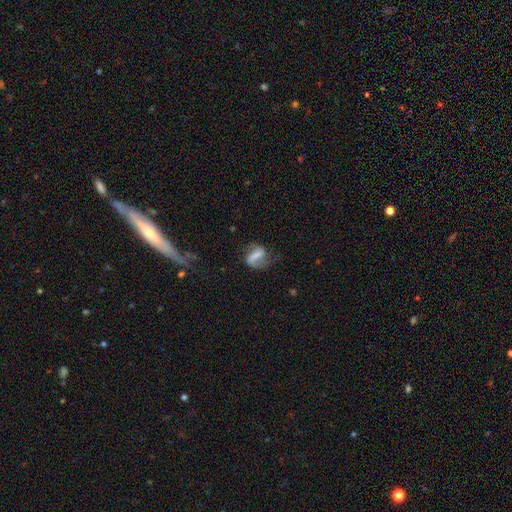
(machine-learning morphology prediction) Q: Smooth or featured?
A: featured or disk (71%); runner-up: smooth (21%)
Q: Edge-on disk?
A: no (96%); runner-up: yes (4%)
Q: Bar?
A: strong (57%); runner-up: weak (31%)
Q: Spiral arms?
A: yes (90%); runner-up: no (10%)
Q: Spiral winding?
A: loose (47%); runner-up: medium (39%)
Q: Spiral arm count?
A: 2 (76%); runner-up: 1 (17%)
Q: Bulge size?
A: none (38%); runner-up: small (32%)
Q: Merging?
A: none (58%); runner-up: minor disturbance (21%)